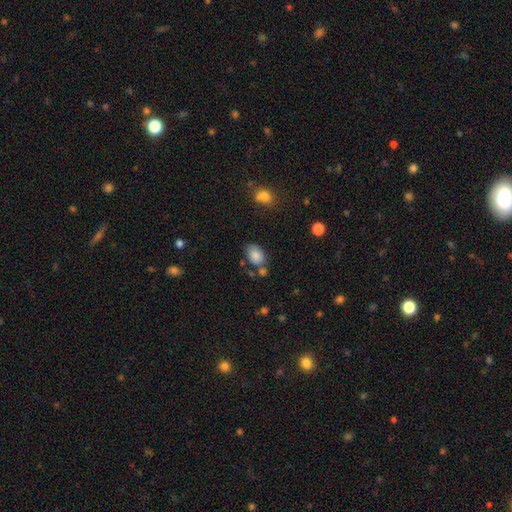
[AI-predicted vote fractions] A smooth galaxy with no disk features (84%) that is in between round and cigar-shaped (86%). Merging: none (63%).